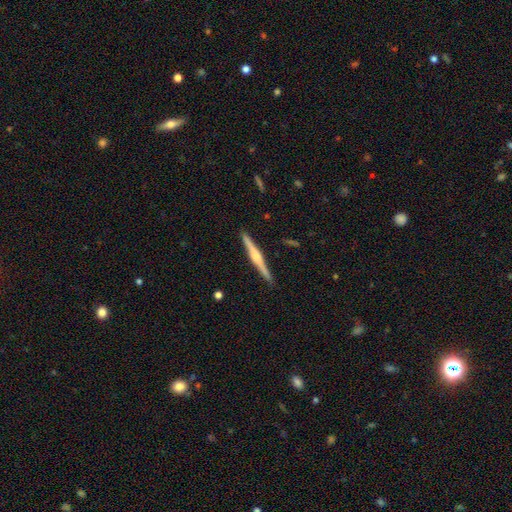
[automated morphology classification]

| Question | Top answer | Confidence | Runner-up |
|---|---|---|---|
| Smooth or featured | featured or disk | 77% | smooth (18%) |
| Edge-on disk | yes | 99% | no (1%) |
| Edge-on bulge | rounded | 80% | boxy (14%) |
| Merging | none | 92% | minor disturbance (6%) |